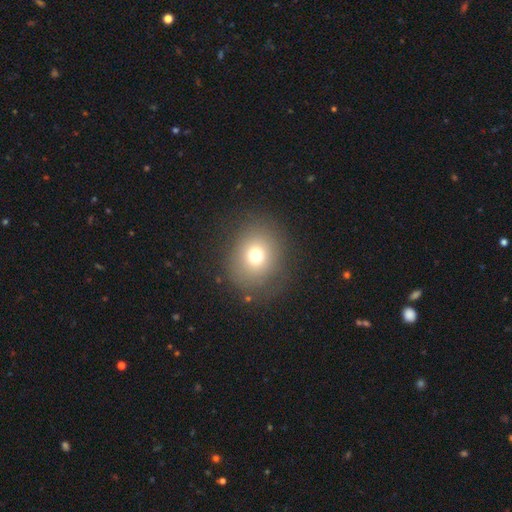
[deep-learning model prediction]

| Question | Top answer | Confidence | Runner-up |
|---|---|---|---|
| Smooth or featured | smooth | 71% | star or artifact (16%) |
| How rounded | round | 76% | in between (23%) |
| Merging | none | 82% | minor disturbance (10%) |